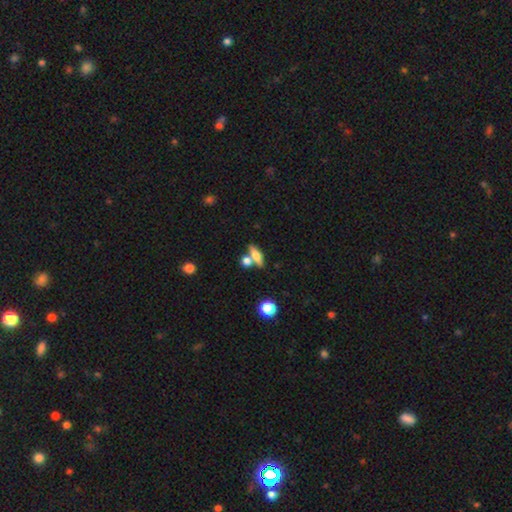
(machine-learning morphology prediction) smooth-or-featured: smooth: 53% | featured or disk: 38% | star or artifact: 9%
  how-rounded: in between: 45% | cigar-shaped: 43% | round: 12%
  merging: none: 59% | merger: 26% | minor disturbance: 10% | major disturbance: 4%